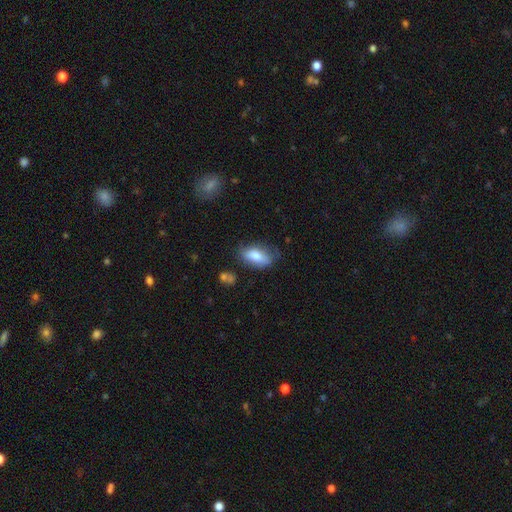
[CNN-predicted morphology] Smooth or featured: smooth — 74% (featured or disk — 19%)
How rounded: in between — 85% (cigar-shaped — 10%)
Merging: none — 63% (minor disturbance — 26%)